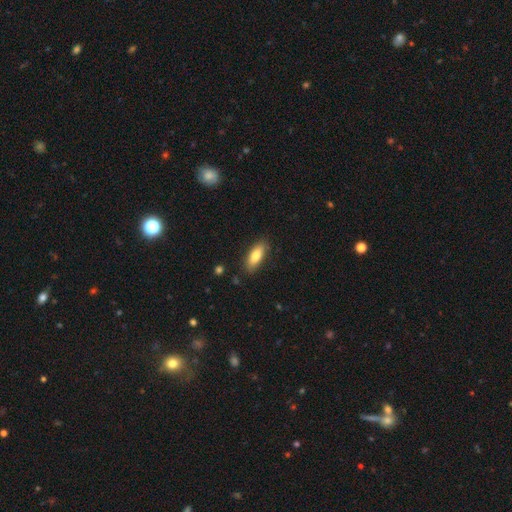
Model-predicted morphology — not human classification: A smooth galaxy with no disk features (81%) that is in between round and cigar-shaped (73%).

Vote fractions:
- Smooth or featured? smooth: 81% / featured or disk: 13% / star or artifact: 6%
- How rounded? in between: 73% / cigar-shaped: 25% / round: 2%
- Merging? none: 85% / minor disturbance: 11% / major disturbance: 2% / merger: 1%